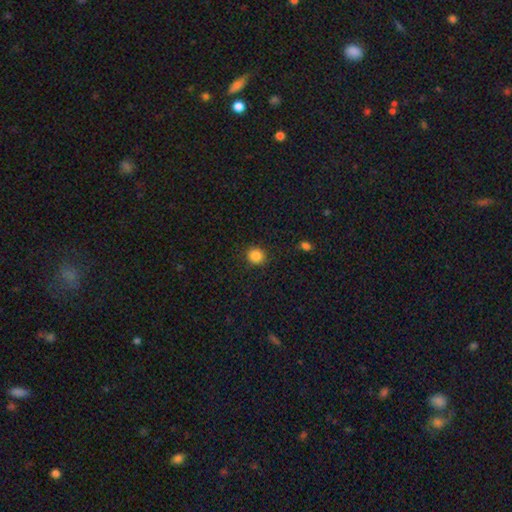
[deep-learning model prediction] A smooth galaxy with no disk features (86%) that is round (87%).

Vote fractions:
- Smooth or featured? smooth: 86% / star or artifact: 10% / featured or disk: 4%
- How rounded? round: 87% / in between: 12% / cigar-shaped: 1%
- Merging? none: 90% / minor disturbance: 7% / major disturbance: 2% / merger: 1%